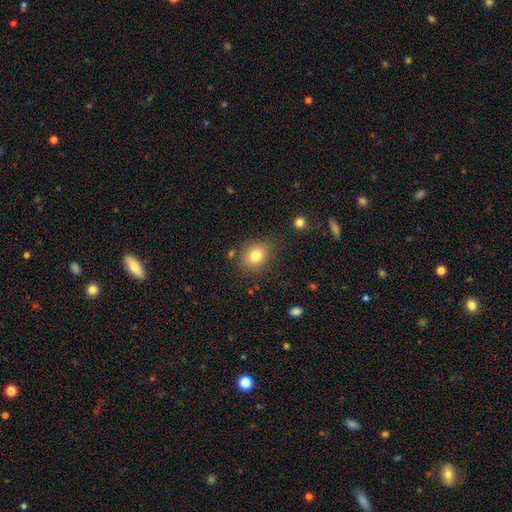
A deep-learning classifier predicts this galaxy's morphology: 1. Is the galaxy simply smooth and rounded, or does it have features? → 79% smooth, 11% star or artifact, 10% featured or disk.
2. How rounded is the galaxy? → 57% round, 42% in between, 1% cigar-shaped.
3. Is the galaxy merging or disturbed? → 80% none, 13% minor disturbance, 4% major disturbance, 3% merger.